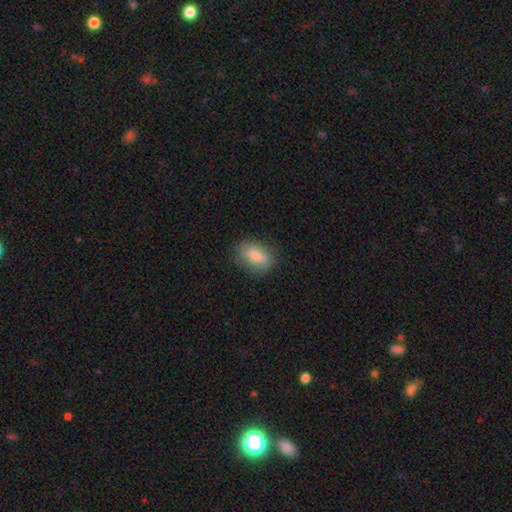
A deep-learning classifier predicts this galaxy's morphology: This appears to be a smooth galaxy with no disk features (84%) that is in between round and cigar-shaped (87%). Merging: none (78%).